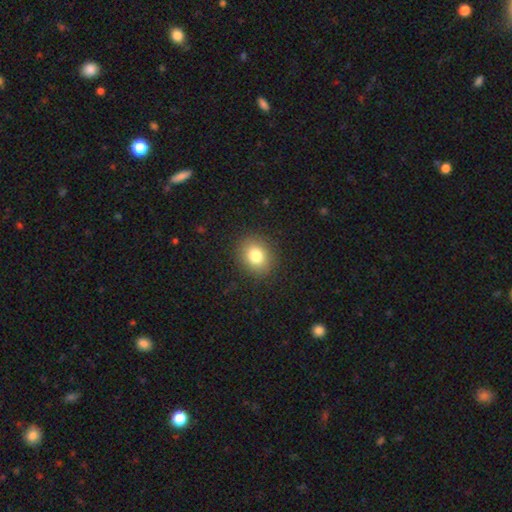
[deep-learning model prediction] Smooth or featured: smooth — 81% (star or artifact — 11%)
How rounded: round — 63% (in between — 36%)
Merging: none — 89% (minor disturbance — 7%)